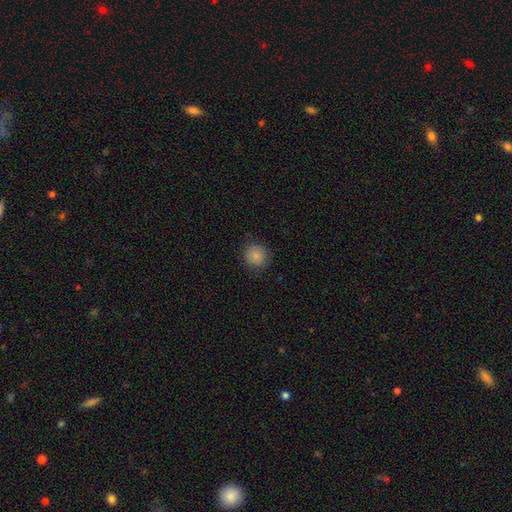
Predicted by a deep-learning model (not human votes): Smooth or featured: smooth — 85% (star or artifact — 9%)
How rounded: round — 91% (in between — 8%)
Merging: none — 86% (minor disturbance — 10%)